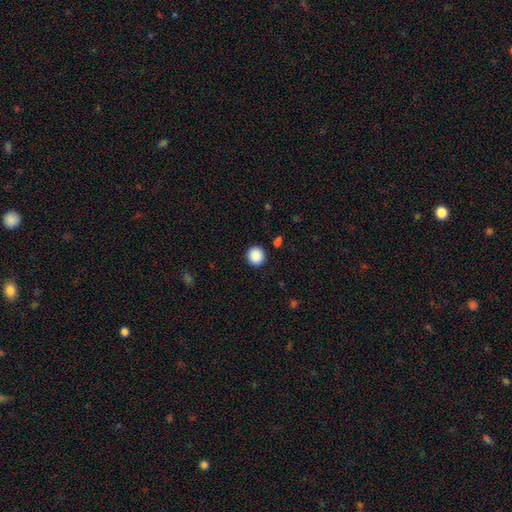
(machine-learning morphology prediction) smooth_or_featured: smooth (p=0.89) [alt: star or artifact p=0.08]
how_rounded: round (p=0.91) [alt: in between p=0.08]
merging: none (p=0.91) [alt: minor disturbance p=0.05]